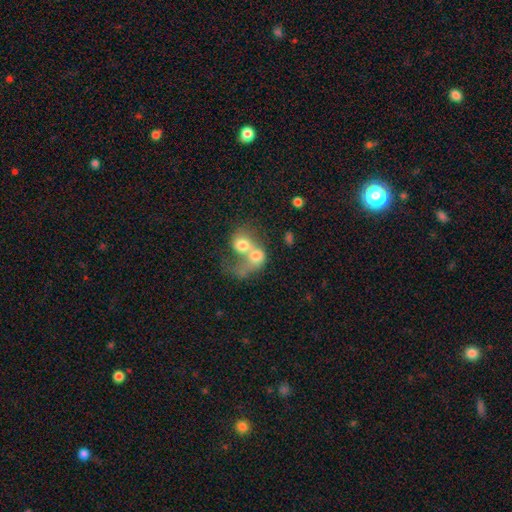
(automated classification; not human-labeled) Smooth or featured?
  - smooth: 57% *
  - featured or disk: 34%
  - star or artifact: 9%
How rounded?
  - round: 56% *
  - in between: 43%
  - cigar-shaped: 1%
Merging?
  - merger: 81% *
  - major disturbance: 10%
  - none: 6%
  - minor disturbance: 3%